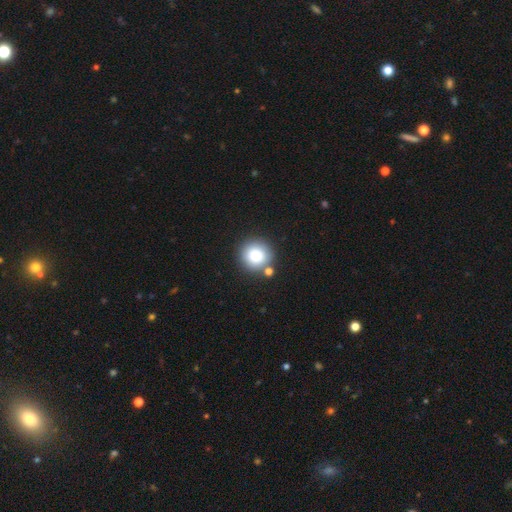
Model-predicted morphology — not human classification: Smooth or featured?
  - smooth: 82% *
  - star or artifact: 10%
  - featured or disk: 8%
How rounded?
  - round: 93% *
  - in between: 6%
  - cigar-shaped: 1%
Merging?
  - none: 78% *
  - merger: 10%
  - minor disturbance: 9%
  - major disturbance: 3%